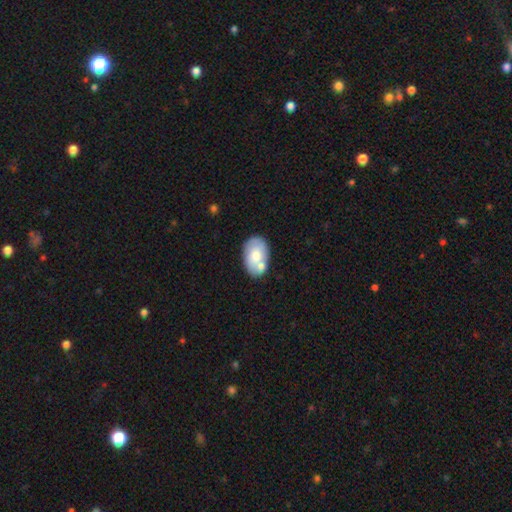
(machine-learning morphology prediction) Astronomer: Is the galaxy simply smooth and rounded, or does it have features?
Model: smooth — 69%.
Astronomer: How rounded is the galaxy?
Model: in between — 90%.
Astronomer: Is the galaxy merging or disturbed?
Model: none — 56%.